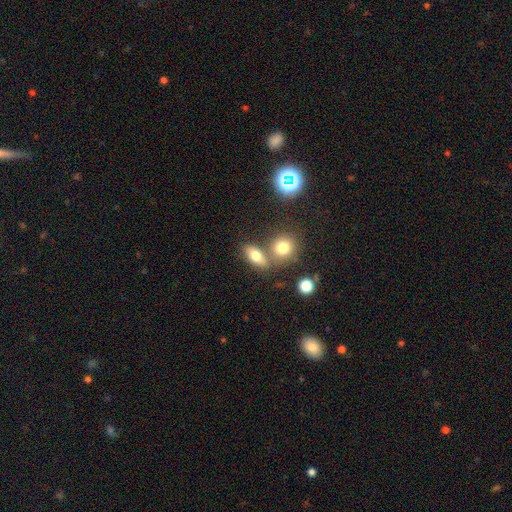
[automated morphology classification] A smooth galaxy with no disk features (73%) that is in between round and cigar-shaped (72%).

Vote fractions:
- Smooth or featured? smooth: 73% / featured or disk: 15% / star or artifact: 12%
- How rounded? in between: 72% / round: 19% / cigar-shaped: 9%
- Merging? none: 57% / merger: 29% / minor disturbance: 10% / major disturbance: 4%